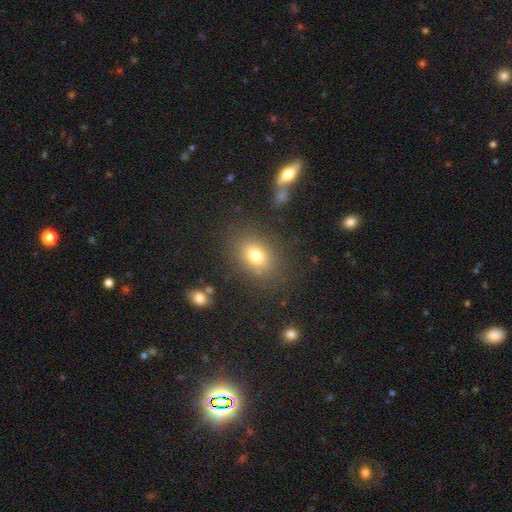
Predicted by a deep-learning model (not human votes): Smooth or featured? smooth (76%)
How rounded? in between (68%)
Merging? none (82%)